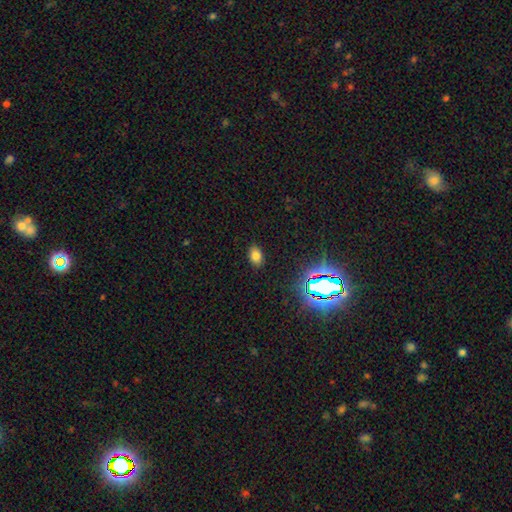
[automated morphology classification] Smooth or featured? Predicted: smooth (p=0.73). How rounded? Predicted: in between (p=0.84). Merging? Predicted: none (p=0.87).